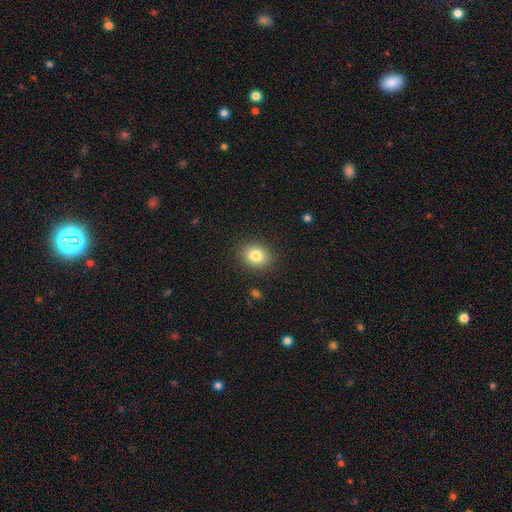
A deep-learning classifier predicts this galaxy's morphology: Q: Smooth or featured?
A: smooth (83%); runner-up: star or artifact (10%)
Q: How rounded?
A: round (56%); runner-up: in between (43%)
Q: Merging?
A: none (88%); runner-up: minor disturbance (8%)